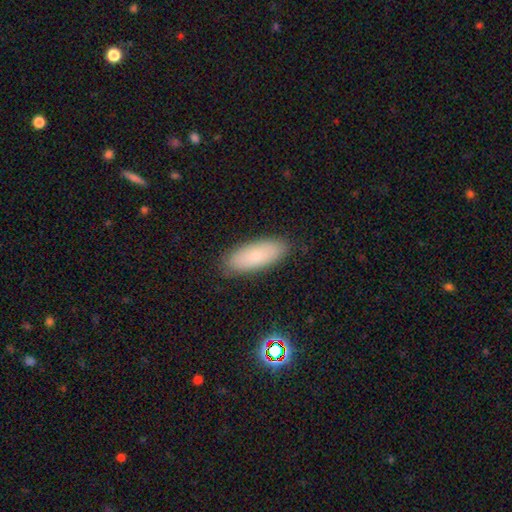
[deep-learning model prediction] Q: Smooth or featured?
A: smooth (75%); runner-up: featured or disk (17%)
Q: How rounded?
A: in between (74%); runner-up: cigar-shaped (23%)
Q: Merging?
A: none (86%); runner-up: minor disturbance (10%)